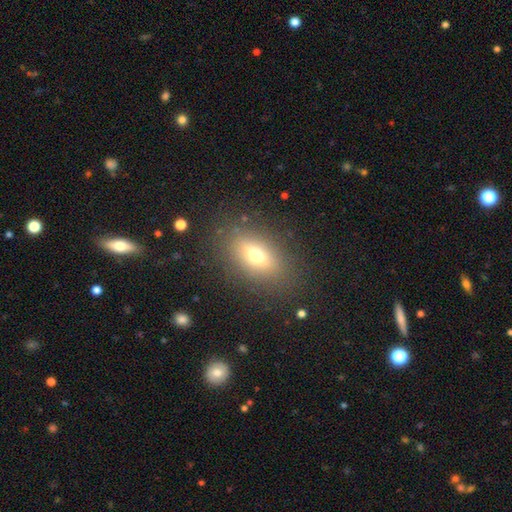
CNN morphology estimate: Overall: smooth (62%; featured or disk 24%). How rounded: in between (77%). Merging: none (83%).